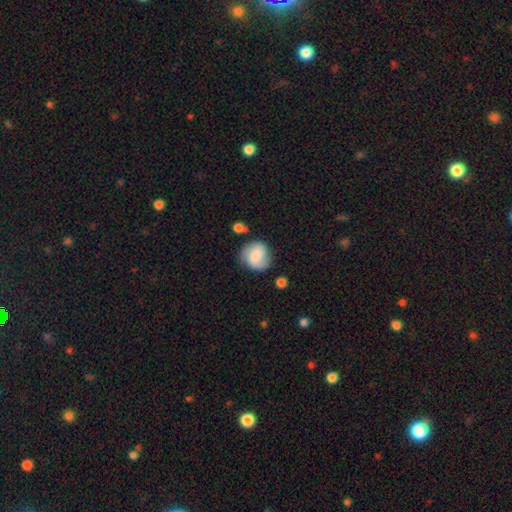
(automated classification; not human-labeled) A smooth galaxy with no disk features (58%) that is round (79%).

Vote fractions:
- Smooth or featured? smooth: 58% / featured or disk: 34% / star or artifact: 8%
- How rounded? round: 79% / in between: 20% / cigar-shaped: 1%
- Merging? none: 64% / minor disturbance: 22% / major disturbance: 8% / merger: 5%